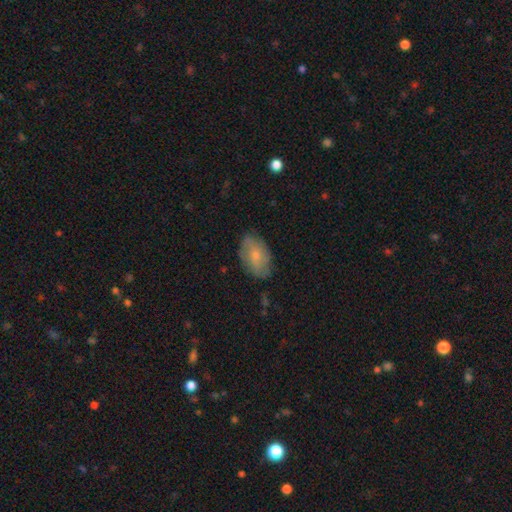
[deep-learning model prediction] Q: Smooth or featured?
A: smooth (68%); runner-up: featured or disk (25%)
Q: How rounded?
A: in between (91%); runner-up: round (7%)
Q: Merging?
A: none (76%); runner-up: minor disturbance (19%)